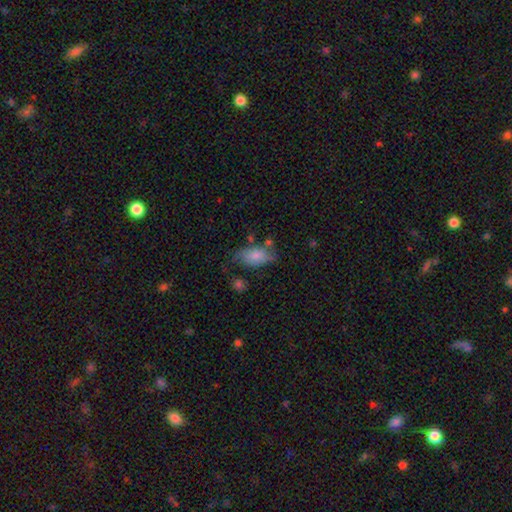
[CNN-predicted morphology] smooth-or-featured: smooth: 73% | featured or disk: 20% | star or artifact: 7%
  how-rounded: in between: 91% | round: 5% | cigar-shaped: 4%
  merging: none: 50% | minor disturbance: 30% | major disturbance: 12% | merger: 8%